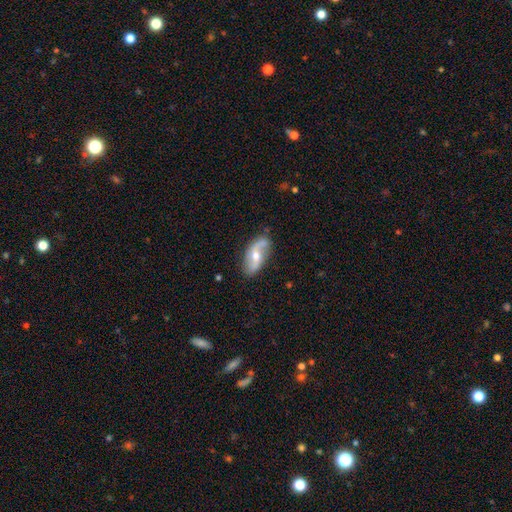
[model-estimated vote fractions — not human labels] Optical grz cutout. It shows a featured or disk galaxy (77%) with no bar (45%), 2 (90%) loose (76%) spiral arms (91%) and a moderate central bulge (65%). Merging: none (79%).